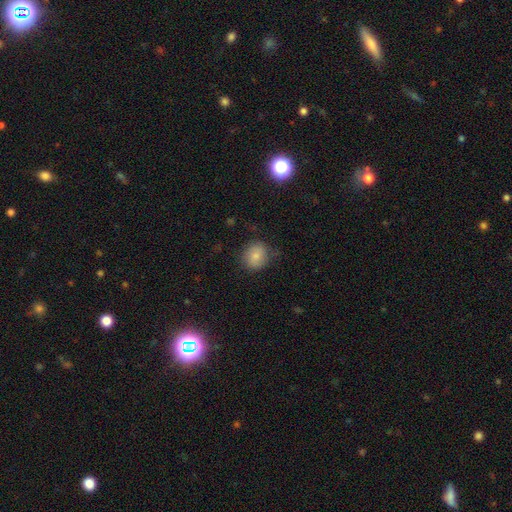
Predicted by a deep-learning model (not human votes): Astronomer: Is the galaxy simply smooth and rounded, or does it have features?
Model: smooth — 81%.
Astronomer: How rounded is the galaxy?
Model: round — 66%.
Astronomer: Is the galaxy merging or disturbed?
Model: none — 74%.